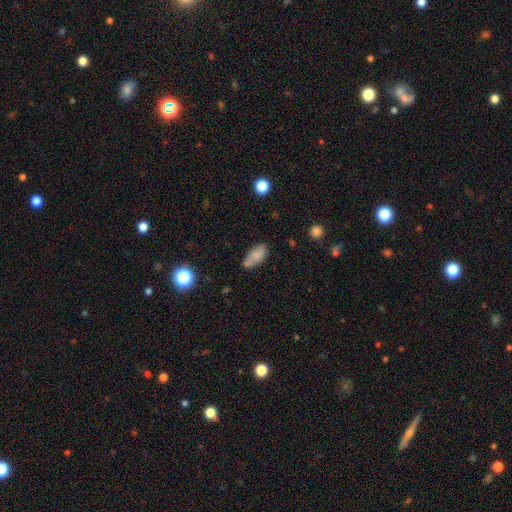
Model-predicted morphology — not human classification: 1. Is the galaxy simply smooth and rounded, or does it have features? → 77% smooth, 13% featured or disk, 10% star or artifact.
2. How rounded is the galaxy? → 89% in between, 8% cigar-shaped, 3% round.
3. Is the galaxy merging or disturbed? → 56% none, 25% minor disturbance, 13% merger, 7% major disturbance.